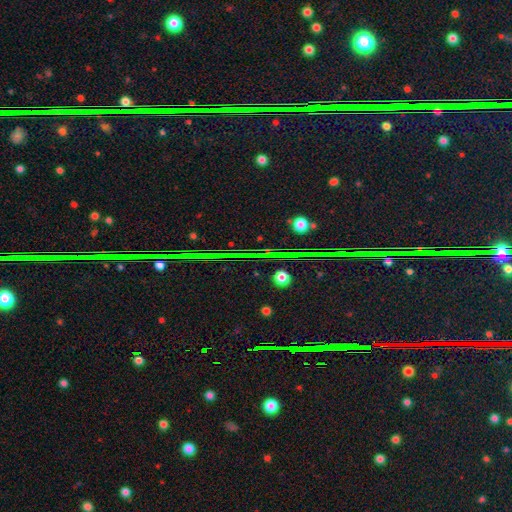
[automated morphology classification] type=star or artifact (84%).